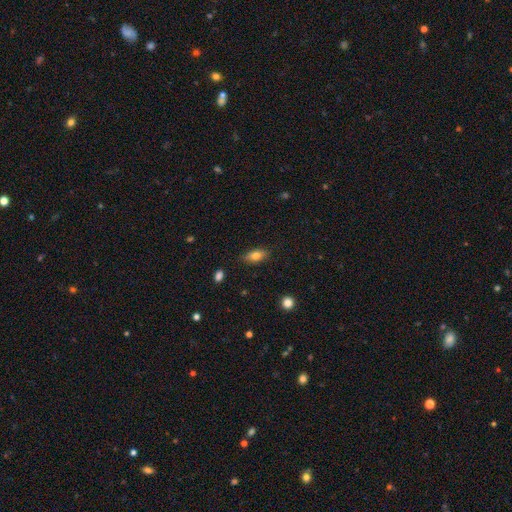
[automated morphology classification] type=smooth (77%); roundness=in between (83%); merging=none (81%).